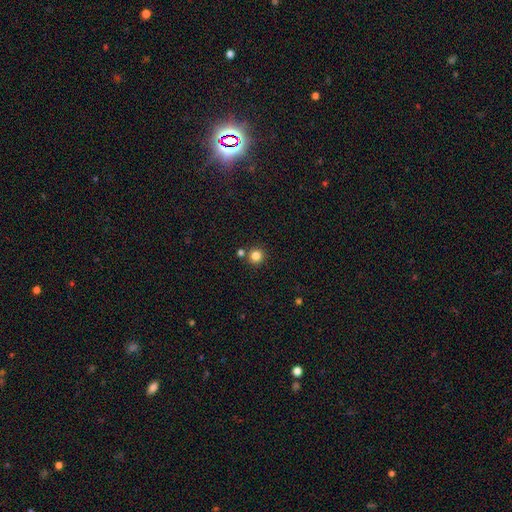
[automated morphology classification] Smooth or featured?
  - smooth: 83% *
  - star or artifact: 13%
  - featured or disk: 5%
How rounded?
  - round: 95% *
  - in between: 4%
  - cigar-shaped: 1%
Merging?
  - none: 82% *
  - merger: 9%
  - minor disturbance: 6%
  - major disturbance: 2%